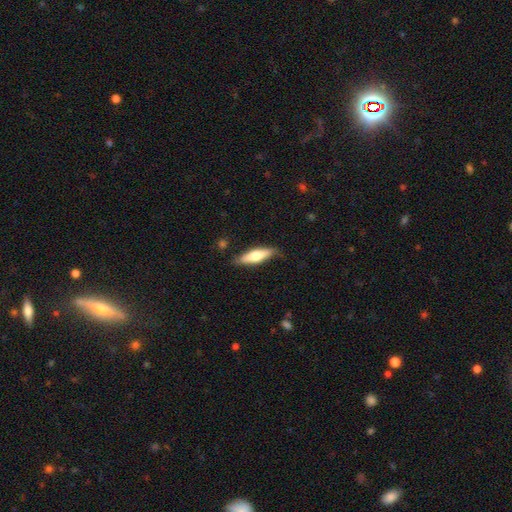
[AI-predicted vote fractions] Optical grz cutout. It shows a smooth galaxy with no disk features (60%) that is cigar-shaped (60%). Merging: none (83%).